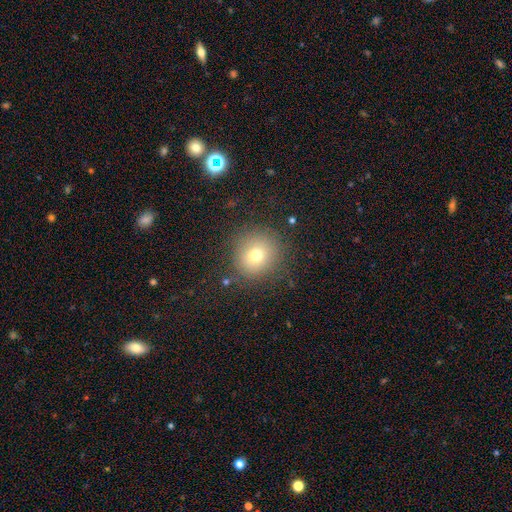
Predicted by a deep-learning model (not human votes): Smooth or featured?
  - smooth: 72% *
  - star or artifact: 16%
  - featured or disk: 12%
How rounded?
  - round: 90% *
  - in between: 9%
  - cigar-shaped: 1%
Merging?
  - none: 85% *
  - minor disturbance: 9%
  - major disturbance: 4%
  - merger: 2%